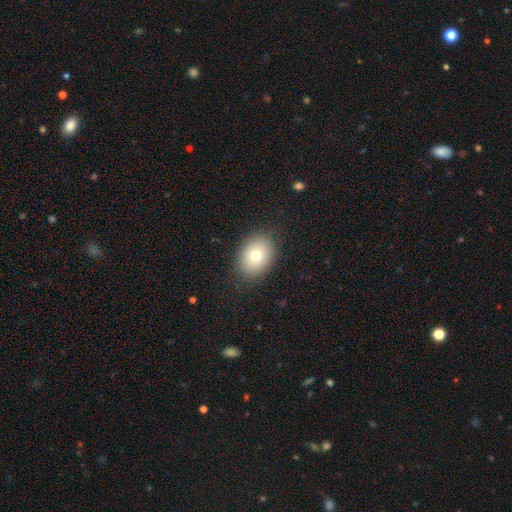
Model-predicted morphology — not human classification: smooth_or_featured: smooth (p=0.78) [alt: featured or disk p=0.12]
how_rounded: in between (p=0.68) [alt: round p=0.31]
merging: none (p=0.86) [alt: minor disturbance p=0.10]